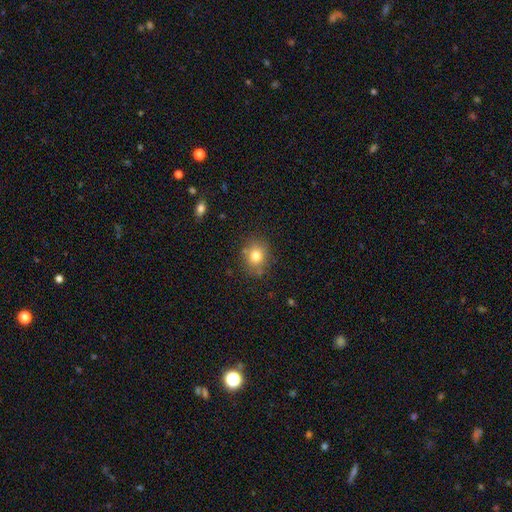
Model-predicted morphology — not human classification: A smooth galaxy with no disk features (79%) that is round (70%). Merging: none (78%).